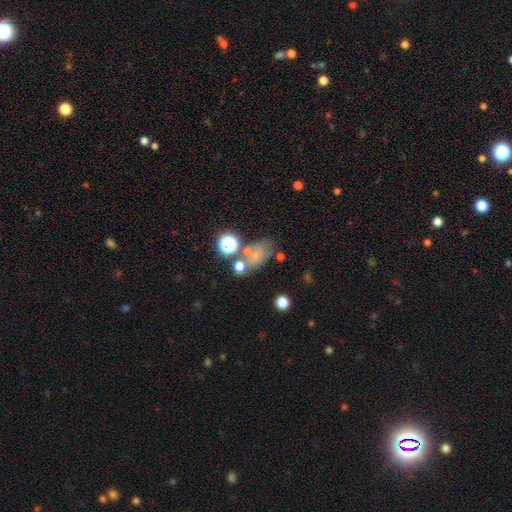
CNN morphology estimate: type=smooth (54%); roundness=in between (71%); merging=none (52%).